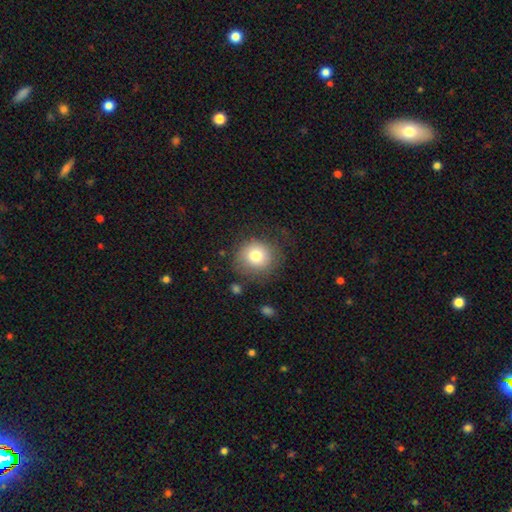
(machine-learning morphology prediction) Smooth or featured: smooth — 77% (featured or disk — 13%)
How rounded: round — 88% (in between — 11%)
Merging: none — 73% (minor disturbance — 16%)